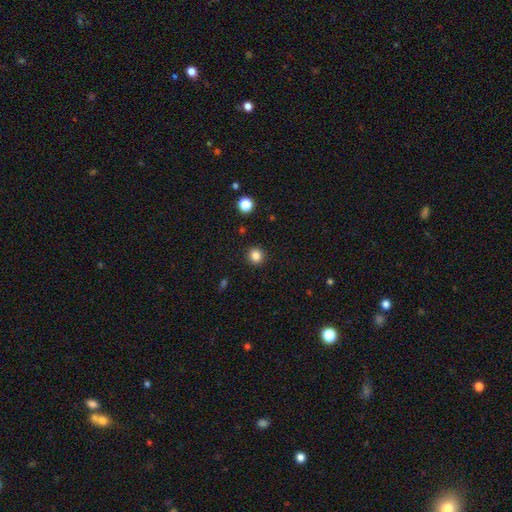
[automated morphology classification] A smooth galaxy with no disk features (84%) that is round (93%).

Vote fractions:
- Smooth or featured? smooth: 84% / star or artifact: 12% / featured or disk: 4%
- How rounded? round: 93% / in between: 6% / cigar-shaped: 1%
- Merging? none: 92% / minor disturbance: 5% / major disturbance: 2% / merger: 1%